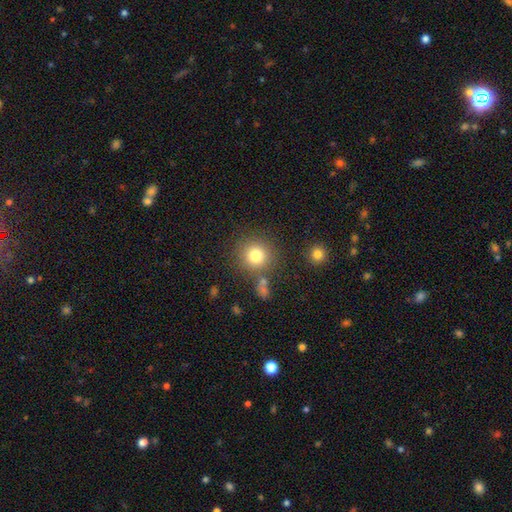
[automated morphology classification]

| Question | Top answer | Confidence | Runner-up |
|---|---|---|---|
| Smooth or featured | smooth | 80% | star or artifact (12%) |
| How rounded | round | 92% | in between (7%) |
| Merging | none | 78% | minor disturbance (9%) |